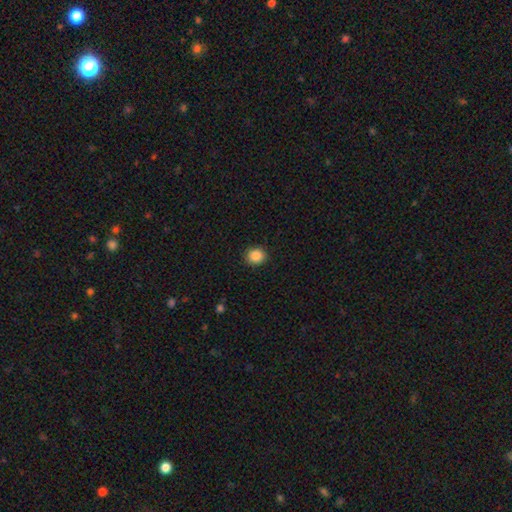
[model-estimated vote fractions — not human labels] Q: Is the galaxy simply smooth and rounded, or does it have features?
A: smooth — 88%.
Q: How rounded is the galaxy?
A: round — 81%.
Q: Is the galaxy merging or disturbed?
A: none — 90%.